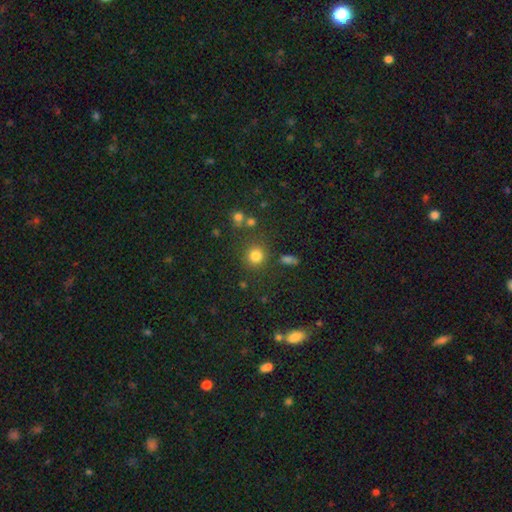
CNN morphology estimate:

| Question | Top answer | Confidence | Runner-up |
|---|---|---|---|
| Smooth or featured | smooth | 78% | star or artifact (16%) |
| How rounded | round | 90% | in between (9%) |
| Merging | none | 79% | minor disturbance (10%) |